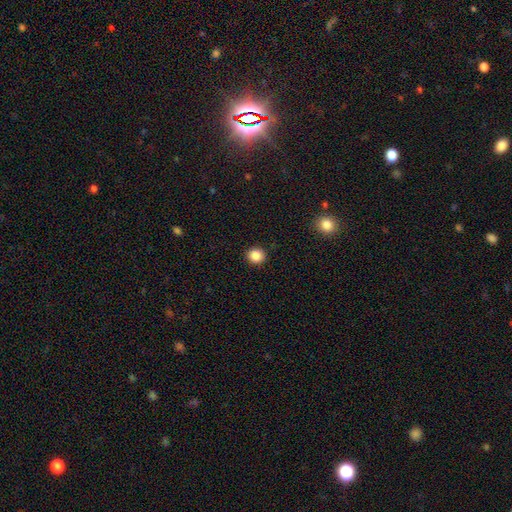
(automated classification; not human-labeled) This appears to be a smooth galaxy with no disk features (87%) that is round (88%). Merging: none (92%).